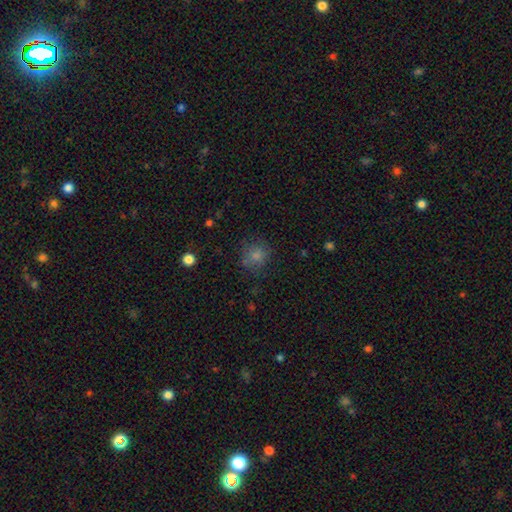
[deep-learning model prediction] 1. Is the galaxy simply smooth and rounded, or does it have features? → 78% smooth, 13% star or artifact, 9% featured or disk.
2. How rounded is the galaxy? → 83% round, 16% in between, 1% cigar-shaped.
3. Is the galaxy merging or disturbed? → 74% none, 17% minor disturbance, 7% major disturbance, 2% merger.